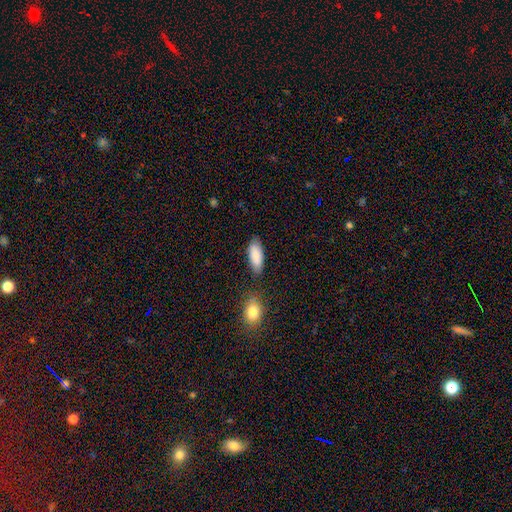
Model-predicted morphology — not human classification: type=smooth (88%); roundness=in between (82%); merging=none (77%).